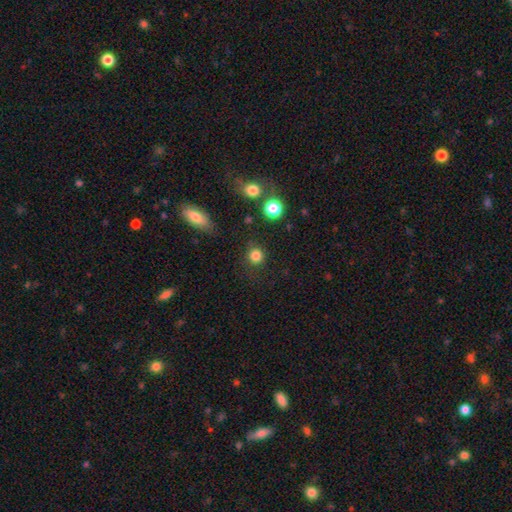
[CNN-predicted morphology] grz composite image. It shows a smooth galaxy with no disk features (83%) that is round (90%). Merging: none (85%).